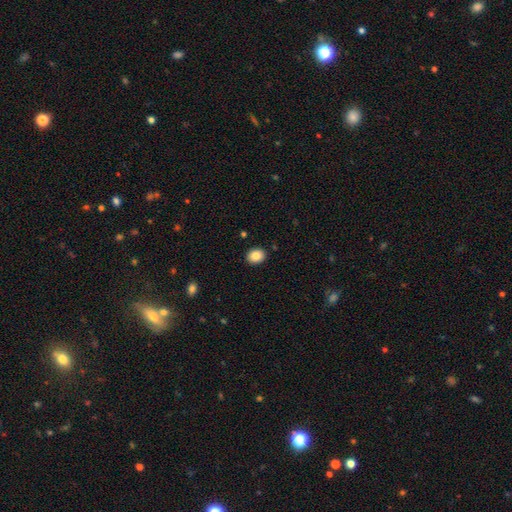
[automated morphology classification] Overall: smooth (86%). How rounded: round (51%; in between 48%). Merging: none (90%).